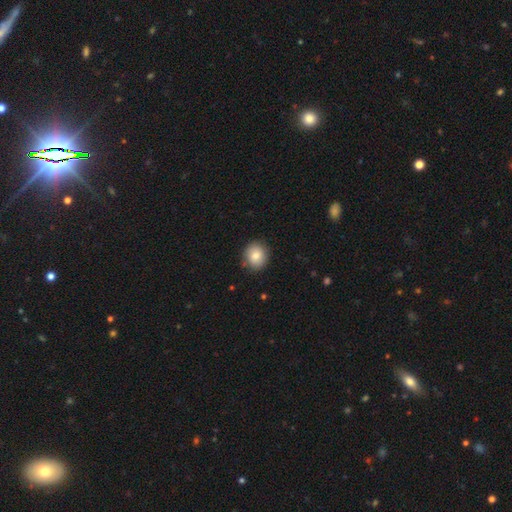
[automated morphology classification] smooth_or_featured: smooth (p=0.82) [alt: featured or disk p=0.09]
how_rounded: round (p=0.80) [alt: in between p=0.19]
merging: none (p=0.87) [alt: minor disturbance p=0.09]